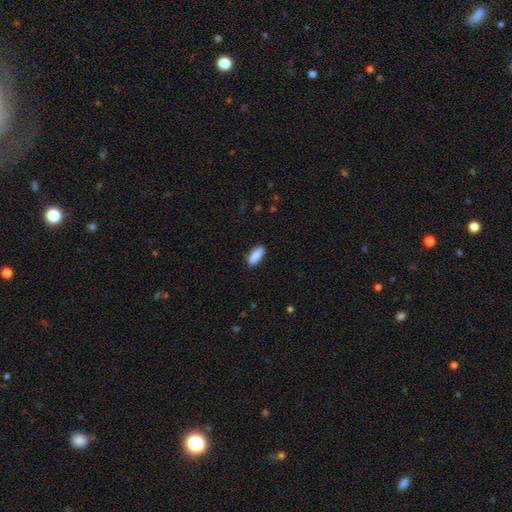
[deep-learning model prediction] Q: Smooth or featured?
A: smooth (89%); runner-up: star or artifact (6%)
Q: How rounded?
A: in between (67%); runner-up: cigar-shaped (31%)
Q: Merging?
A: none (88%); runner-up: minor disturbance (9%)